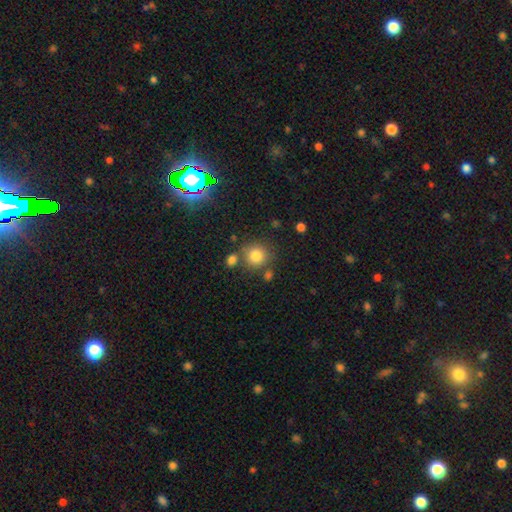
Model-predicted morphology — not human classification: Q: Smooth or featured?
A: smooth (80%); runner-up: star or artifact (13%)
Q: How rounded?
A: round (90%); runner-up: in between (9%)
Q: Merging?
A: none (73%); runner-up: merger (13%)